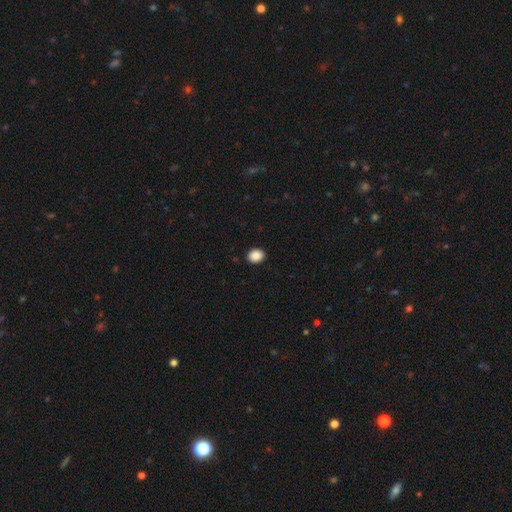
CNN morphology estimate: smooth_or_featured: smooth (p=0.89) [alt: star or artifact p=0.08]
how_rounded: round (p=0.54) [alt: in between p=0.45]
merging: none (p=0.92) [alt: minor disturbance p=0.06]